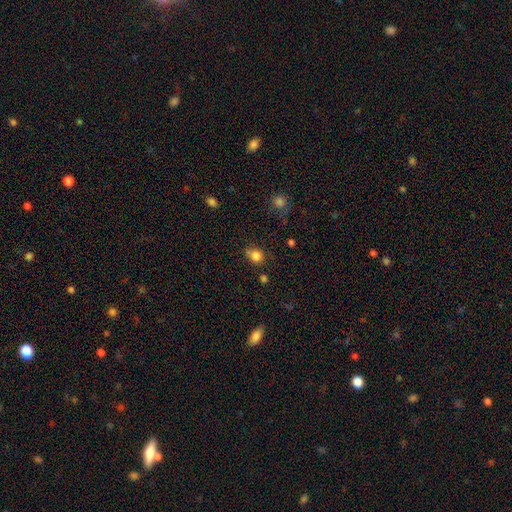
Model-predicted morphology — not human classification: This is clearly a smooth galaxy (82%). How rounded: likely round (69%). Merging: likely none (61%).